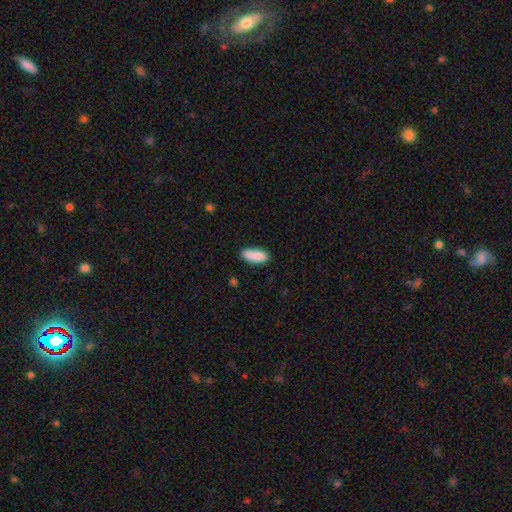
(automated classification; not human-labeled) smooth 86%, featured or disk 7%, star or artifact 6%. Down the decision tree: how rounded — in between (70%); merging — none (79%).